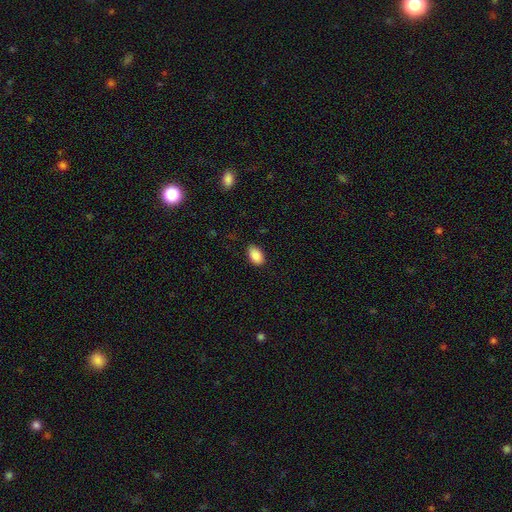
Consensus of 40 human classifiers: A smooth galaxy with no disk features (92%) that is in between round and cigar-shaped (100%). Merging: none (92%).